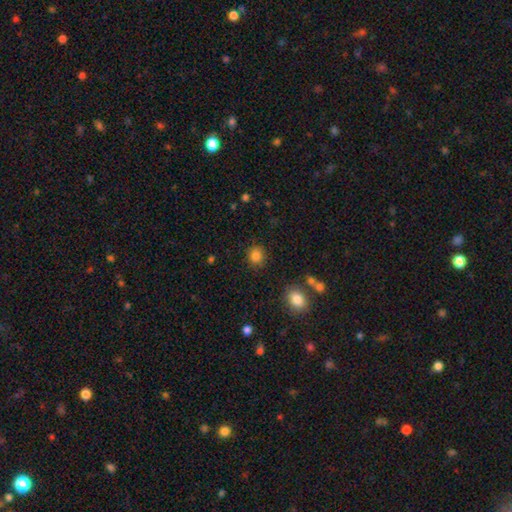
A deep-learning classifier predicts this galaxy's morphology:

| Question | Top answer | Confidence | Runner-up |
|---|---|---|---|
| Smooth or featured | smooth | 84% | star or artifact (11%) |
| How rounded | round | 78% | in between (21%) |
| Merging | none | 88% | minor disturbance (8%) |